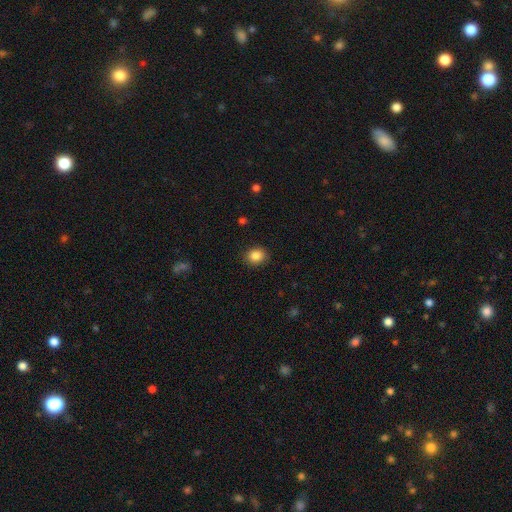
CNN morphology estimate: Smooth or featured: smooth — 86% (star or artifact — 10%)
How rounded: round — 63% (in between — 36%)
Merging: none — 89% (minor disturbance — 8%)